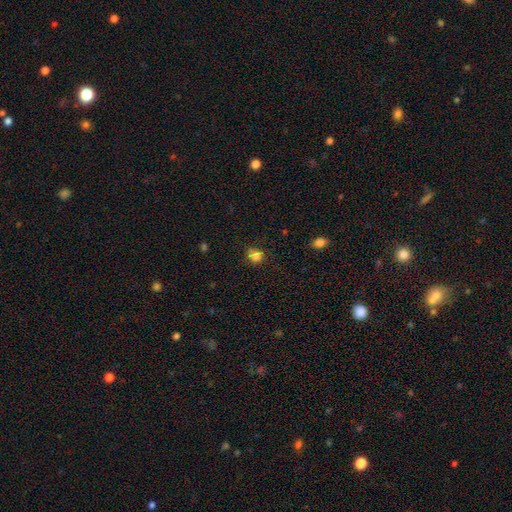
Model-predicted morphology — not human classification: smooth_or_featured: smooth (p=0.81) [alt: star or artifact p=0.13]
how_rounded: round (p=0.79) [alt: in between p=0.20]
merging: none (p=0.63) [alt: minor disturbance p=0.22]